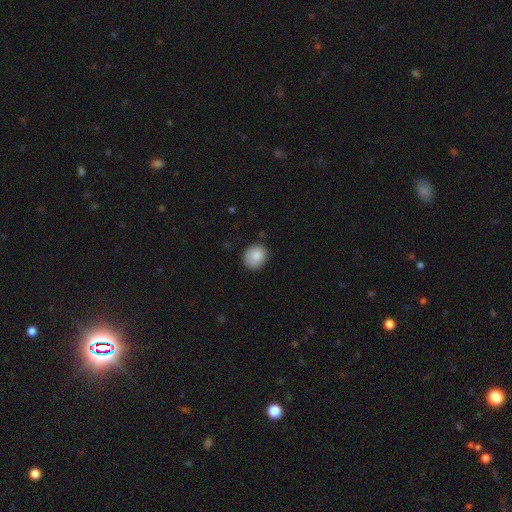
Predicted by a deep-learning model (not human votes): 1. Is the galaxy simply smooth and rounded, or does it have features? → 87% smooth, 8% star or artifact, 6% featured or disk.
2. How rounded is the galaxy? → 73% round, 26% in between, 1% cigar-shaped.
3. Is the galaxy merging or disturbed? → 81% none, 15% minor disturbance, 3% major disturbance, 1% merger.